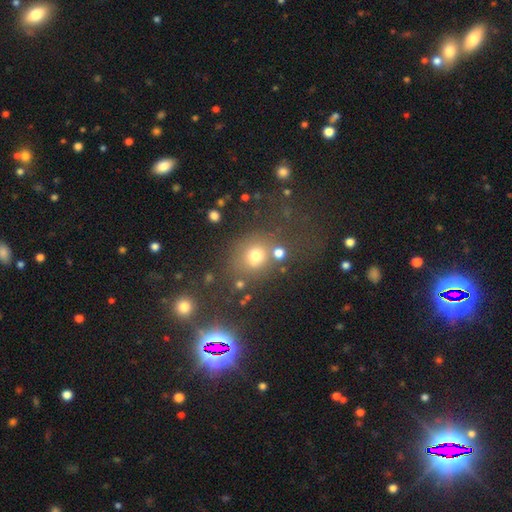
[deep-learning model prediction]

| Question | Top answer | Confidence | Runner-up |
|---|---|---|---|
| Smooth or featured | smooth | 70% | star or artifact (19%) |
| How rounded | round | 74% | in between (24%) |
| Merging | none | 62% | merger (16%) |